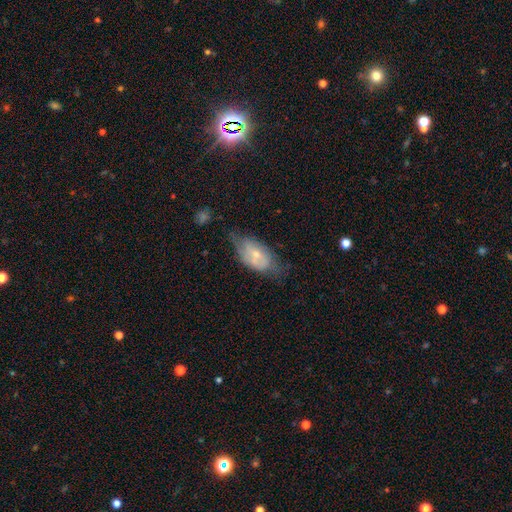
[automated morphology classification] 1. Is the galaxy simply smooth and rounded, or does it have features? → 49% smooth, 44% featured or disk, 7% star or artifact.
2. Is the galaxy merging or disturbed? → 45% none, 37% minor disturbance, 15% major disturbance, 3% merger.